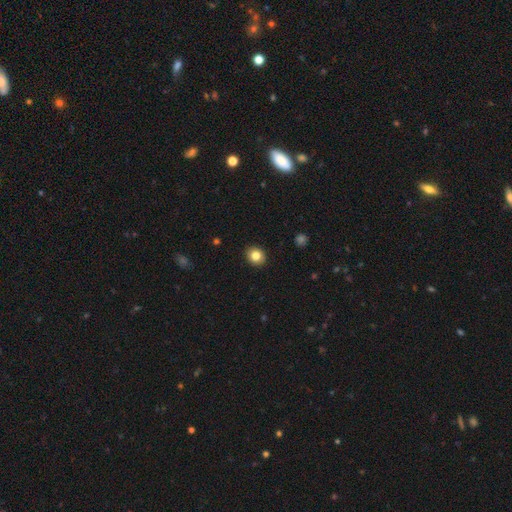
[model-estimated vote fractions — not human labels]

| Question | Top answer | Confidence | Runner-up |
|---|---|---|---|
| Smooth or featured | smooth | 83% | star or artifact (10%) |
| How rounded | round | 67% | in between (32%) |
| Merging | none | 91% | minor disturbance (6%) |